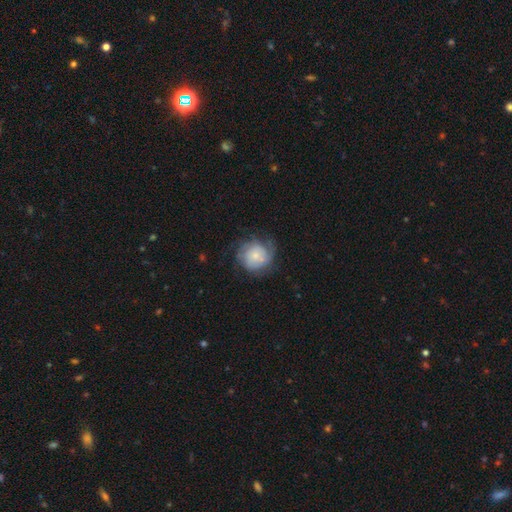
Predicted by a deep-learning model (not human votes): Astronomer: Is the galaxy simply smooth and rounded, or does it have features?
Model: smooth — 52% (runner-up: featured or disk, 40%).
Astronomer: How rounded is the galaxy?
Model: round — 86%.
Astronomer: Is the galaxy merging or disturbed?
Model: none — 56%.